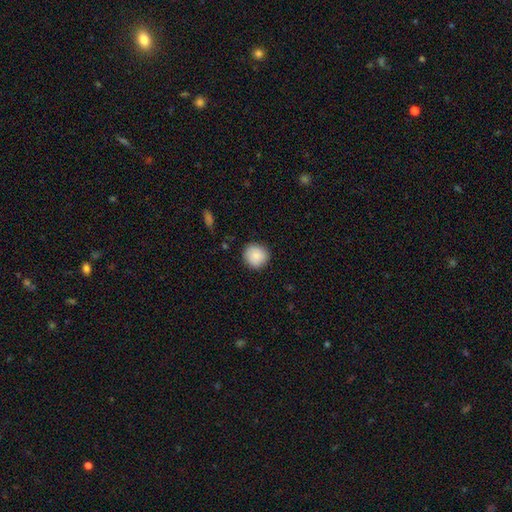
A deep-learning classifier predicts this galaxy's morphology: Smooth or featured: smooth — 86% (star or artifact — 8%)
How rounded: round — 93% (in between — 6%)
Merging: none — 88% (minor disturbance — 9%)